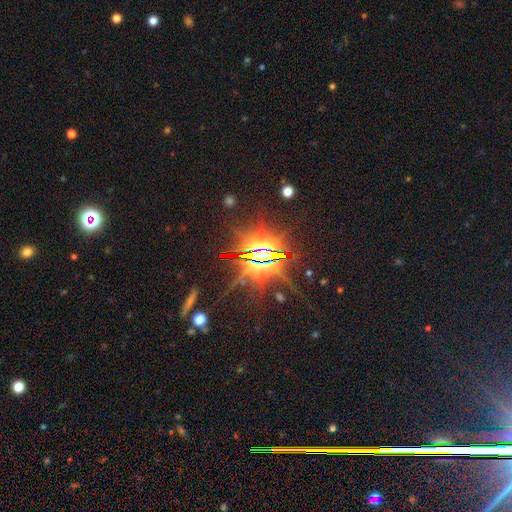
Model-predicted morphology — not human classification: Overall: star or artifact (83%).